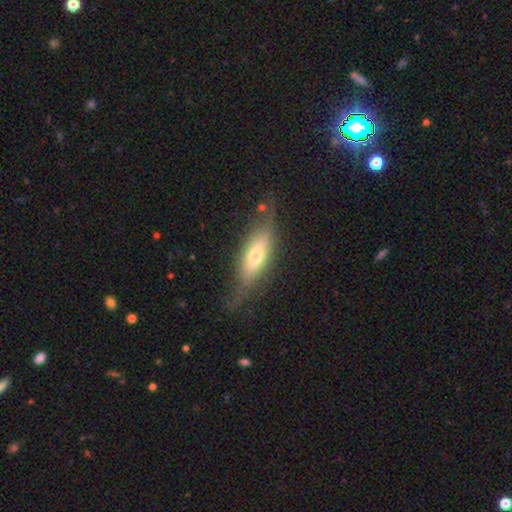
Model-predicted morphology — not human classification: A featured or disk galaxy (53%) viewed edge-on (78%). Merging: none (68%).